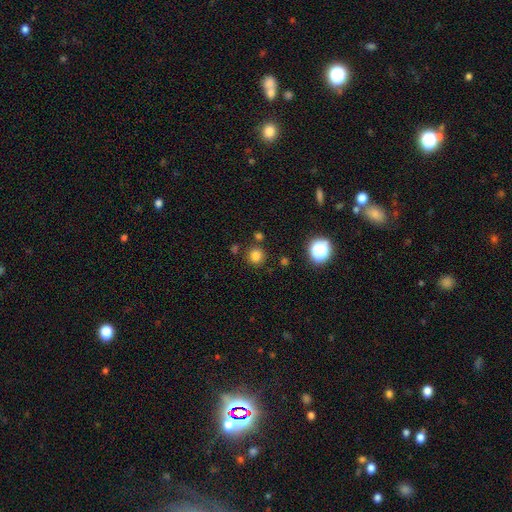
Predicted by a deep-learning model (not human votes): Overall: smooth (79%). How rounded: round (94%). Merging: none (85%).